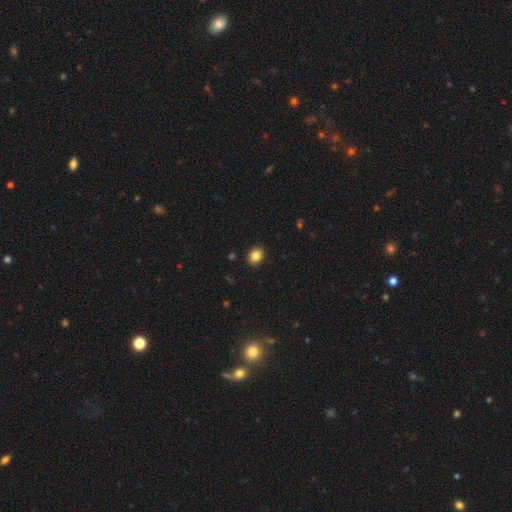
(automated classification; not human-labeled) Smooth or featured? smooth (85%)
How rounded? in between (50%)
Merging? none (91%)